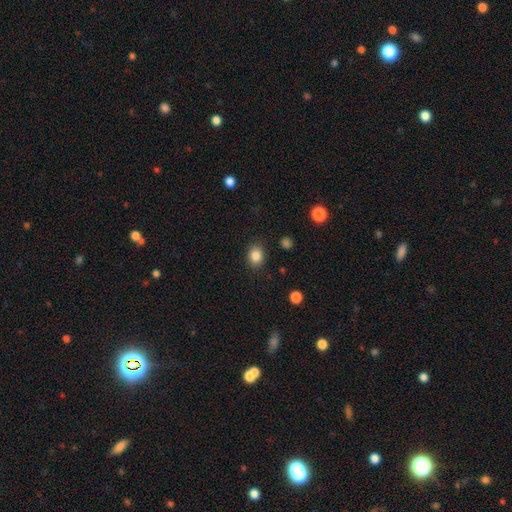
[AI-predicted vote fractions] Morphology: type=smooth (85%); roundness=round (53%); merging=none (87%).